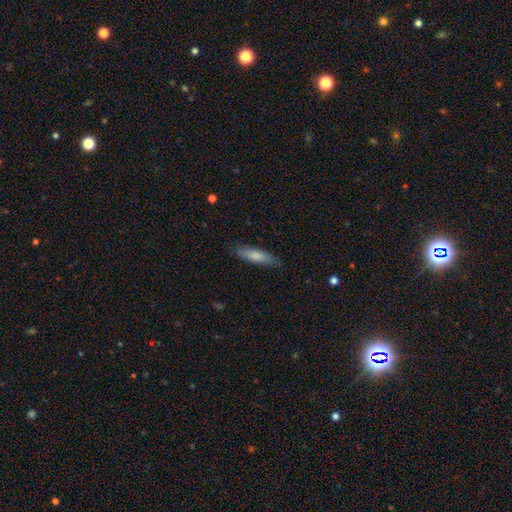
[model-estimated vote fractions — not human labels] Smooth or featured? smooth (78%)
How rounded? cigar-shaped (69%)
Merging? none (83%)